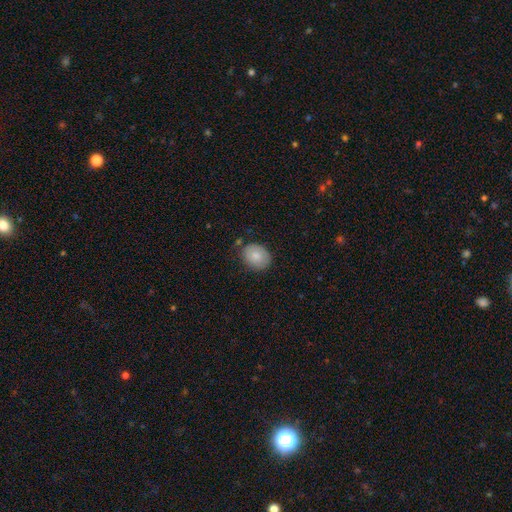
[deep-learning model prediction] Overall: smooth (81%). How rounded: in between (50%; round 49%). Merging: none (76%).